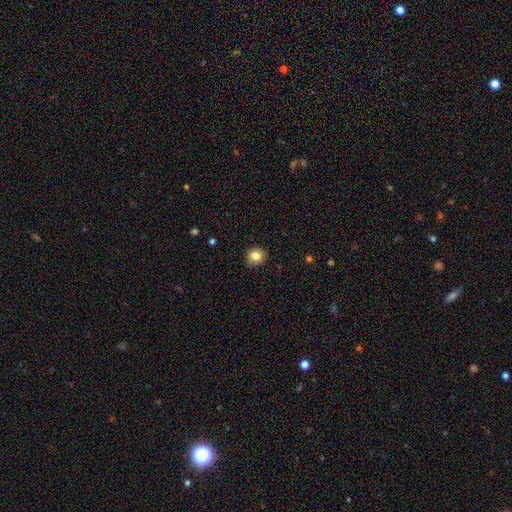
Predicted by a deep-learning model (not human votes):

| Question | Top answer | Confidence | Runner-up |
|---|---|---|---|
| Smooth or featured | smooth | 81% | star or artifact (10%) |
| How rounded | round | 79% | in between (20%) |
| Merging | none | 86% | minor disturbance (11%) |